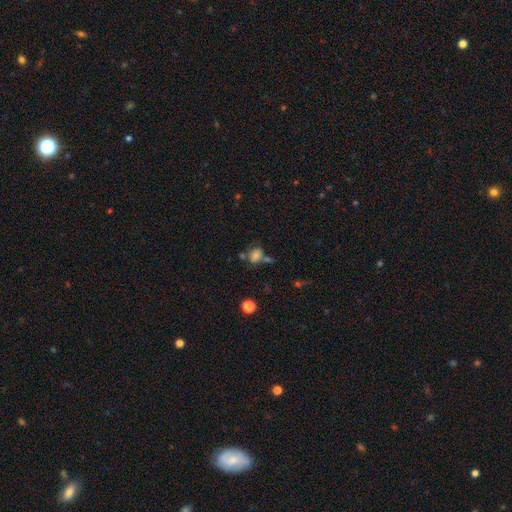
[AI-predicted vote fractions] smooth-or-featured: smooth: 75% | star or artifact: 14% | featured or disk: 11%
  how-rounded: in between: 66% | round: 32% | cigar-shaped: 2%
  merging: none: 45% | merger: 26% | minor disturbance: 19% | major disturbance: 9%